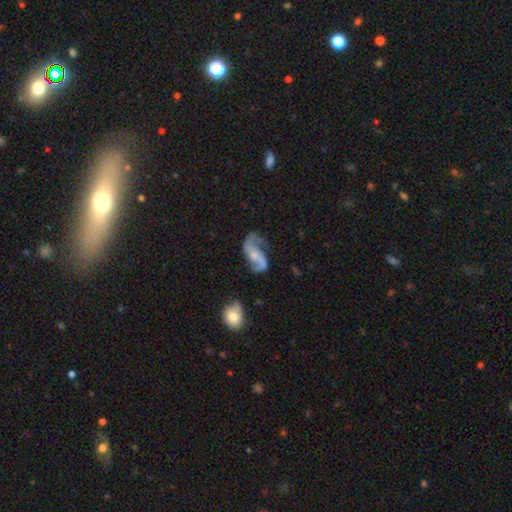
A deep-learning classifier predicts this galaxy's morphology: A featured or disk galaxy (85%) with no bar (53%), 2 (91%) loose (74%) spiral arms (94%) and a small central bulge (50%).

Vote fractions:
- Smooth or featured? featured or disk: 85% / smooth: 10% / star or artifact: 5%
- Edge-on disk? no: 97% / yes: 3%
- Bar? no: 53% / weak: 35% / strong: 12%
- Spiral arms? yes: 94% / no: 6%
- Spiral winding? loose: 74% / medium: 22% / tight: 5%
- Spiral arm count? 2: 91% / 1: 3% / can't tell: 3% / 3: 1% / 4: 1% / more than 4: 1%
- Bulge size? small: 50% / moderate: 32% / none: 14% / large: 3% / dominant: 1%
- Merging? none: 56% / minor disturbance: 21% / major disturbance: 18% / merger: 5%